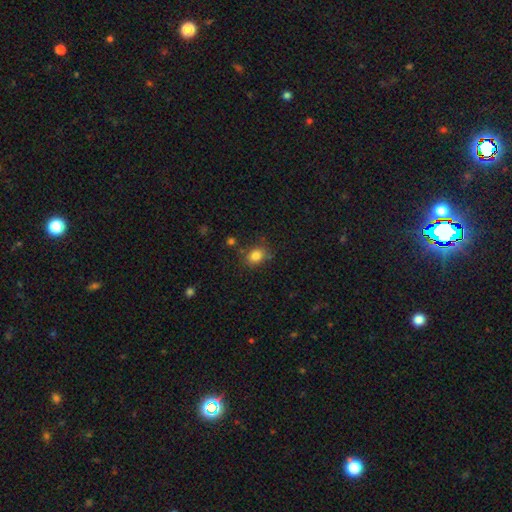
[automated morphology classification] Smooth or featured? smooth (83%)
How rounded? in between (51%)
Merging? none (77%)